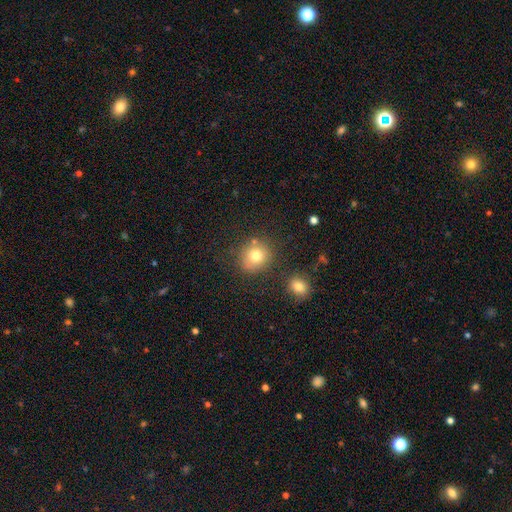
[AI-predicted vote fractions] The model was most divided on "merging": none: 76%, minor disturbance: 12%, merger: 8%, major disturbance: 4%. More confident: how rounded — round (84%); smooth or featured — smooth (77%).